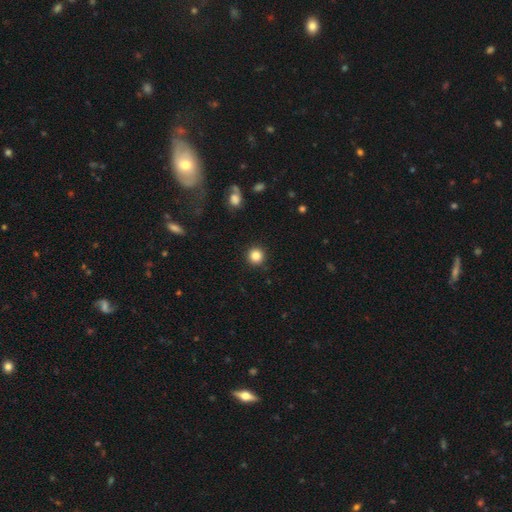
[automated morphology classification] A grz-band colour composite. It shows a smooth galaxy with no disk features (85%) that is round (94%). Merging: none (92%).